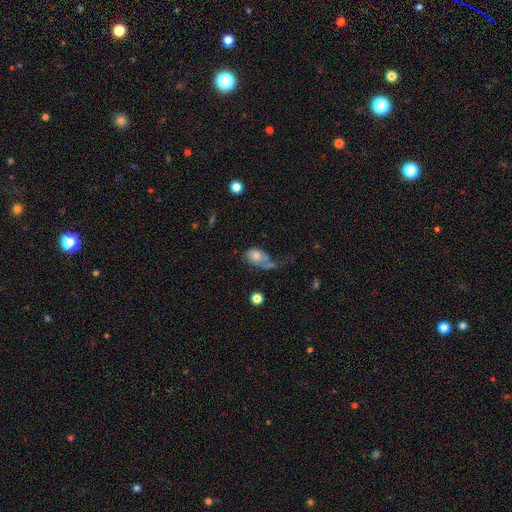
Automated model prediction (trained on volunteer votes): Overall: smooth (57%; featured or disk 34%). How rounded: in between (78%). Merging: major disturbance (43%; none 20%).